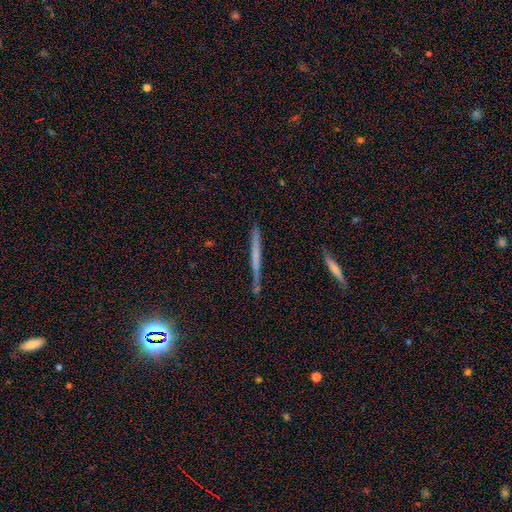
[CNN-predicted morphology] Q: Smooth or featured?
A: smooth (45%); tied with: featured or disk (45%)
Q: Merging?
A: none (80%); runner-up: minor disturbance (14%)